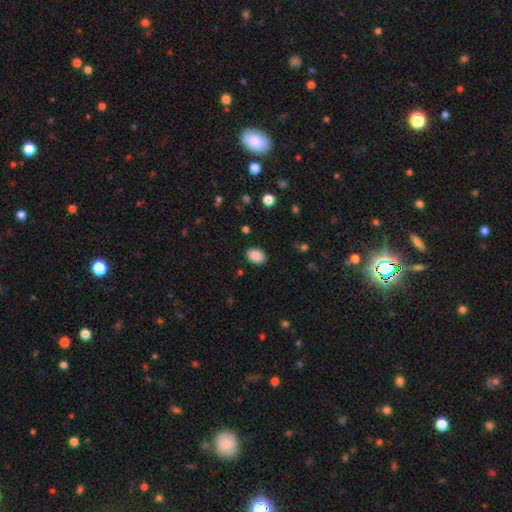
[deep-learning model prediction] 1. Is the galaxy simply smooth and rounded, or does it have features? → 88% smooth, 8% star or artifact, 4% featured or disk.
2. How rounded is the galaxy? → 80% in between, 19% round, 1% cigar-shaped.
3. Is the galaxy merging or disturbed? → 88% none, 9% minor disturbance, 2% major disturbance, 1% merger.